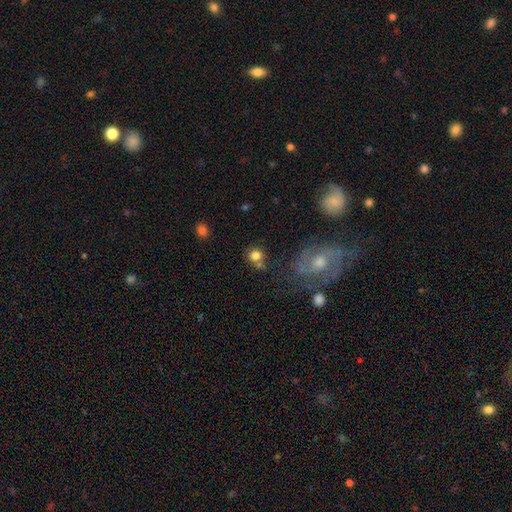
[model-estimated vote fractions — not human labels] Q: Smooth or featured?
A: smooth (79%); runner-up: star or artifact (12%)
Q: How rounded?
A: round (85%); runner-up: in between (14%)
Q: Merging?
A: none (61%); runner-up: merger (20%)